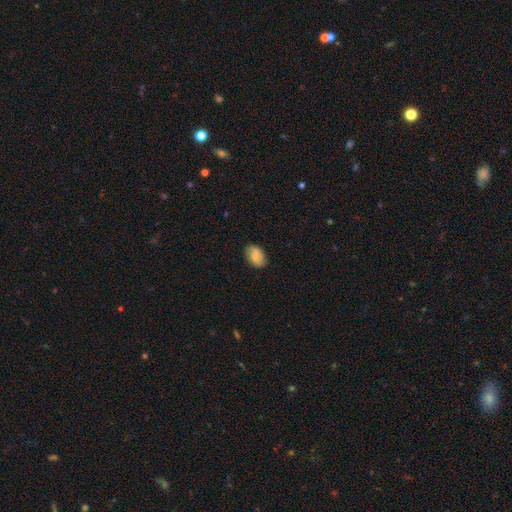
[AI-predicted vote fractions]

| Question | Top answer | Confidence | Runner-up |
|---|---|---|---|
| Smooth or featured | smooth | 67% | featured or disk (25%) |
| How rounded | in between | 84% | round (15%) |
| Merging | none | 80% | minor disturbance (15%) |